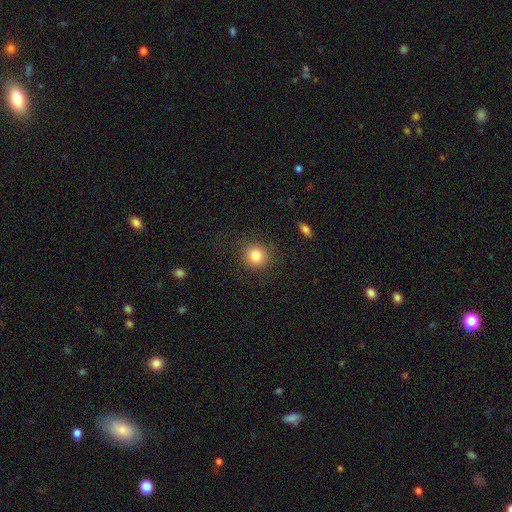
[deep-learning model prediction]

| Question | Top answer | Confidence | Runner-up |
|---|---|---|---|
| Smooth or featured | smooth | 83% | star or artifact (10%) |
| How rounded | round | 88% | in between (11%) |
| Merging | none | 85% | minor disturbance (9%) |